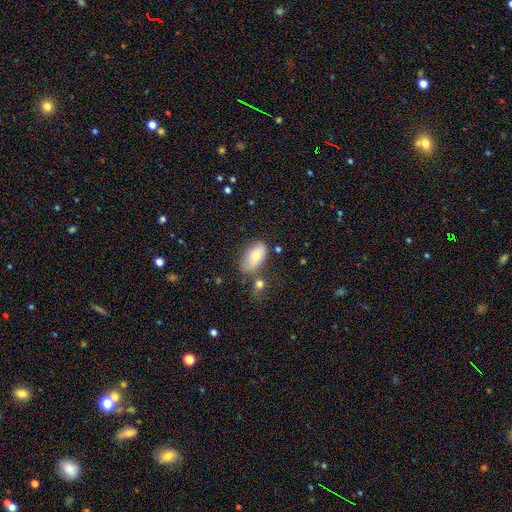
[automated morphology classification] Smooth or featured?
  - smooth: 73% *
  - featured or disk: 20%
  - star or artifact: 7%
How rounded?
  - in between: 93% *
  - round: 4%
  - cigar-shaped: 3%
Merging?
  - none: 62% *
  - minor disturbance: 19%
  - merger: 13%
  - major disturbance: 6%